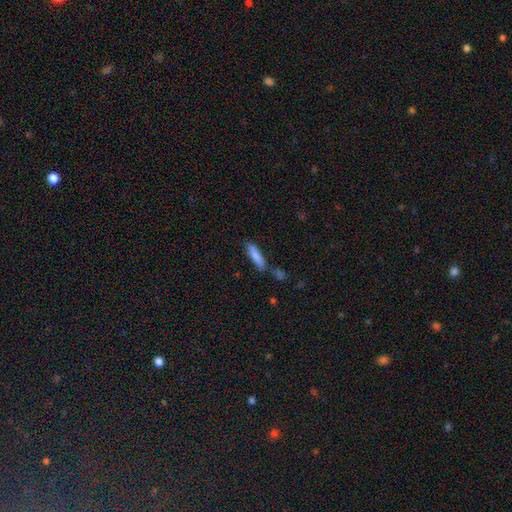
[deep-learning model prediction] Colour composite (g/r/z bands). It shows a smooth galaxy with no disk features (82%) that is cigar-shaped (72%). Merging: none (66%).